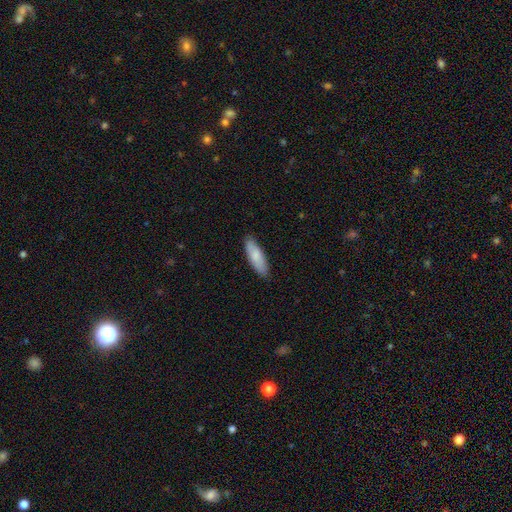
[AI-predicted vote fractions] Smooth or featured? Predicted: smooth (p=0.80). How rounded? Predicted: in between (p=0.52). Merging? Predicted: none (p=0.86).